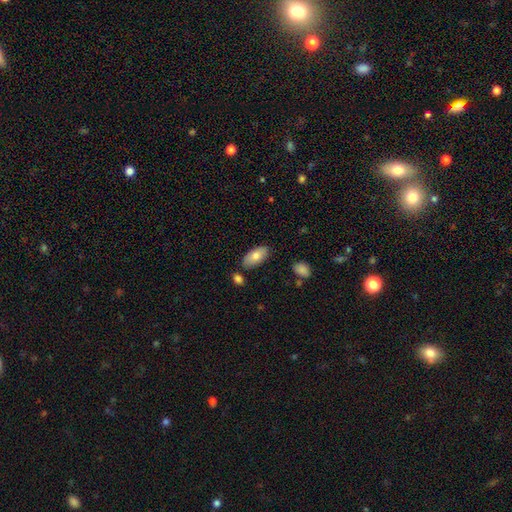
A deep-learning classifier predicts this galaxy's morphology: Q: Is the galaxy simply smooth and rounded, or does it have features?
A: smooth — 76%.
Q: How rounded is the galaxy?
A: in between — 92%.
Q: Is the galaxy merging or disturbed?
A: none — 79%.